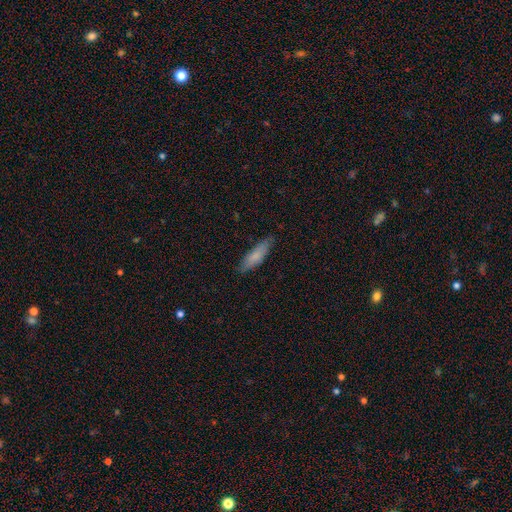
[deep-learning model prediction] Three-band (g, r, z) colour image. It shows a smooth galaxy with no disk features (77%) that is cigar-shaped (63%). Merging: none (79%).